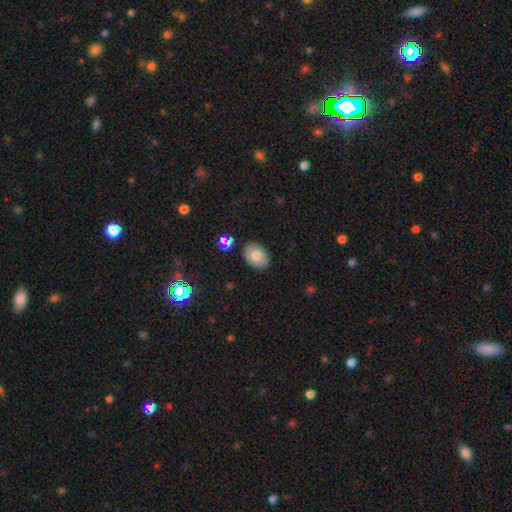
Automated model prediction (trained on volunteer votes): Smooth or featured? Predicted: smooth (p=0.73). How rounded? Predicted: in between (p=0.73). Merging? Predicted: none (p=0.86).